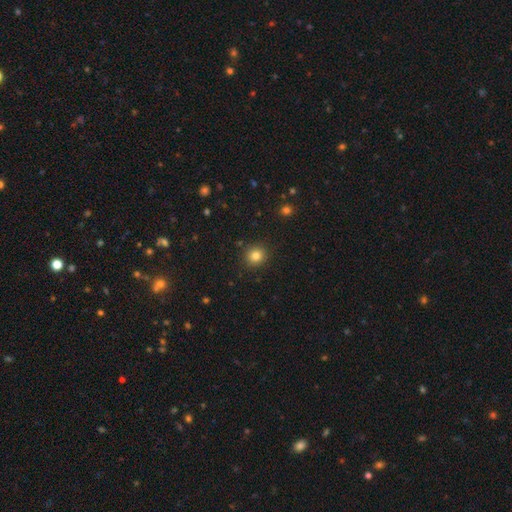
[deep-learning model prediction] This is clearly a smooth galaxy (82%). How rounded: clearly round (89%). Merging: clearly none (90%).